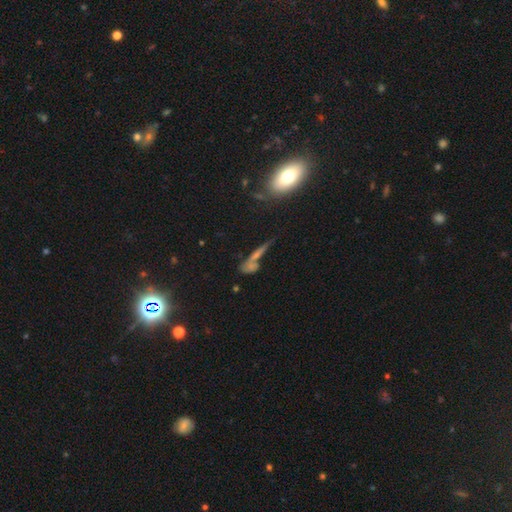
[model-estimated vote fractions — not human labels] This is possibly a smooth galaxy (49%). Merging: marginally none (40%).